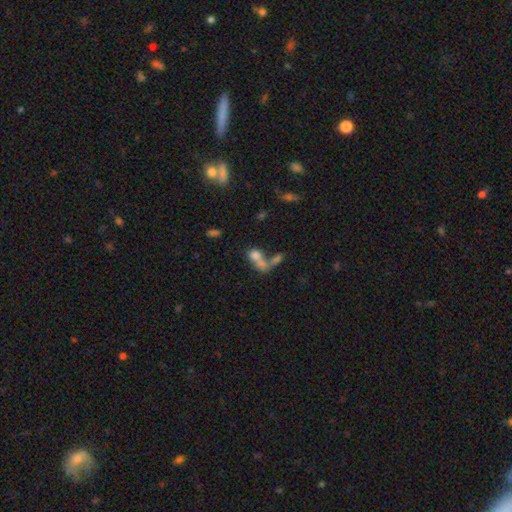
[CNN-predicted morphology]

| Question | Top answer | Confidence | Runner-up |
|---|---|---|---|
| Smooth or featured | smooth | 67% | featured or disk (20%) |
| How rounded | in between | 66% | round (27%) |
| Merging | merger | 65% | none (20%) |